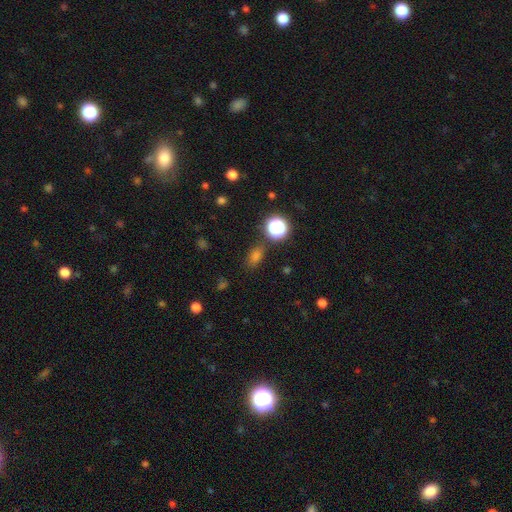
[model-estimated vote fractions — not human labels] smooth 63%, star or artifact 30%, featured or disk 7%. Down the decision tree: how rounded — in between (66%); merging — none (80%).